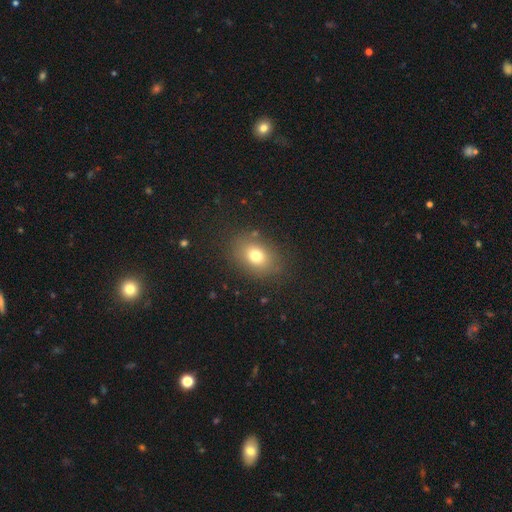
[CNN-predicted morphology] This is likely a smooth galaxy (75%). How rounded: likely in between (66%). Merging: clearly none (82%).